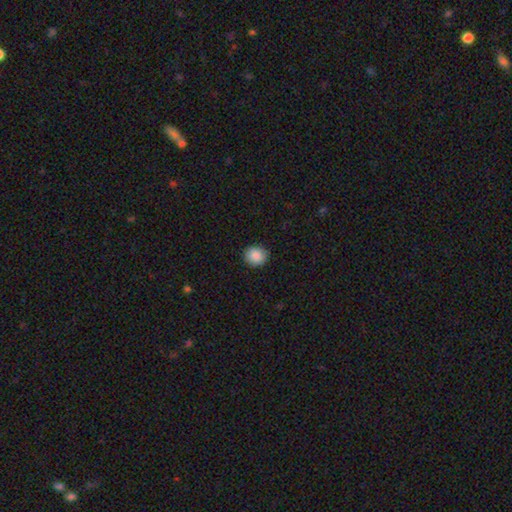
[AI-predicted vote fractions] Morphology: type=smooth (88%); roundness=round (83%); merging=none (90%).